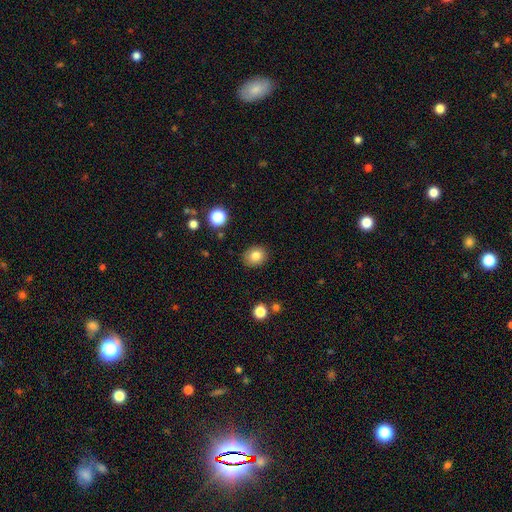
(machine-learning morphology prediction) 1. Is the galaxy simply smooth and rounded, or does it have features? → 81% smooth, 11% star or artifact, 8% featured or disk.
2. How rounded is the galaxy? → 63% round, 36% in between, 1% cigar-shaped.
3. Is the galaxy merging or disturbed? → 87% none, 9% minor disturbance, 2% major disturbance, 1% merger.